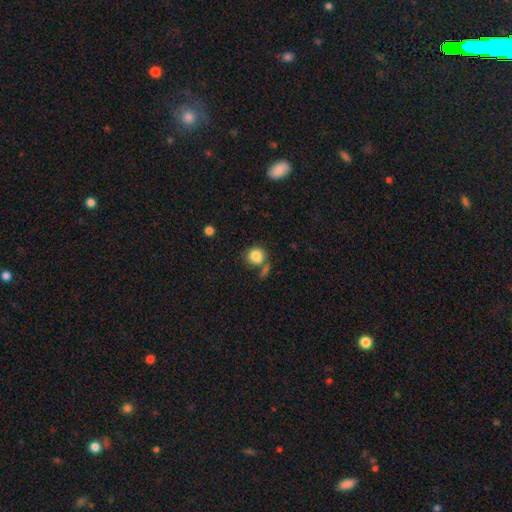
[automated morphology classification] Smooth or featured? smooth (84%)
How rounded? round (85%)
Merging? none (56%)